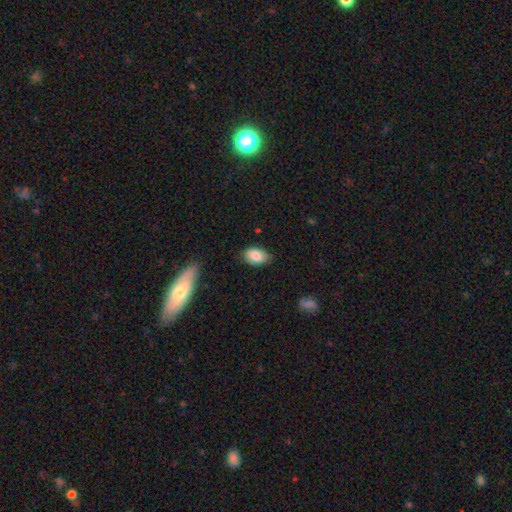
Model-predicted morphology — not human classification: Smooth or featured? Predicted: smooth (p=0.85). How rounded? Predicted: in between (p=0.90). Merging? Predicted: none (p=0.72).